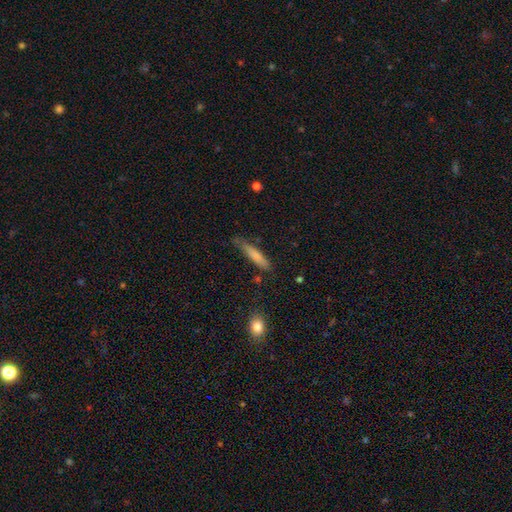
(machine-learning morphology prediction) This appears to be a smooth galaxy with no disk features (76%) that is cigar-shaped (87%). Merging: none (68%).